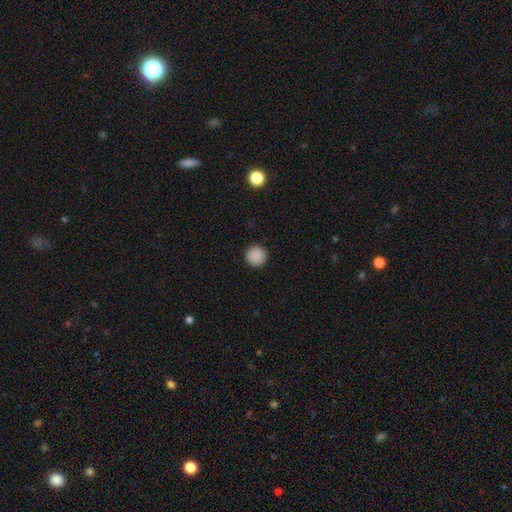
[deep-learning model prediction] This appears to be a smooth galaxy with no disk features (89%) that is round (96%). Merging: none (93%).